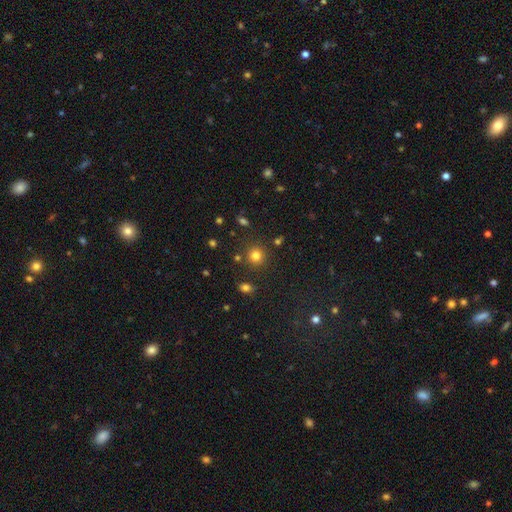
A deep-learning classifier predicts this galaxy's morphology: Smooth or featured? smooth (78%)
How rounded? round (92%)
Merging? none (85%)